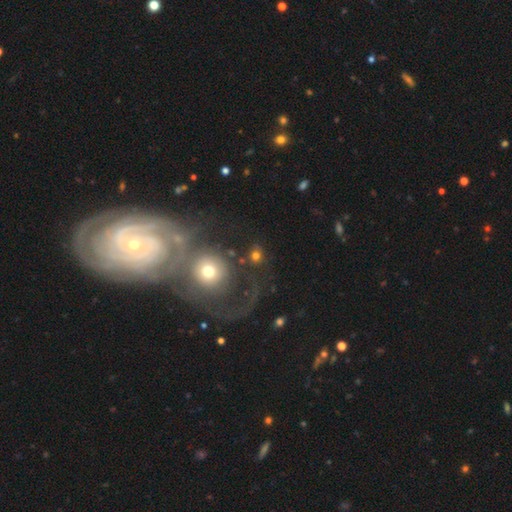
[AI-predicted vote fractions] The model was most divided on "merging": none: 62%, major disturbance: 16%, merger: 12%, minor disturbance: 10%. More confident: how rounded — round (83%); smooth or featured — smooth (68%).